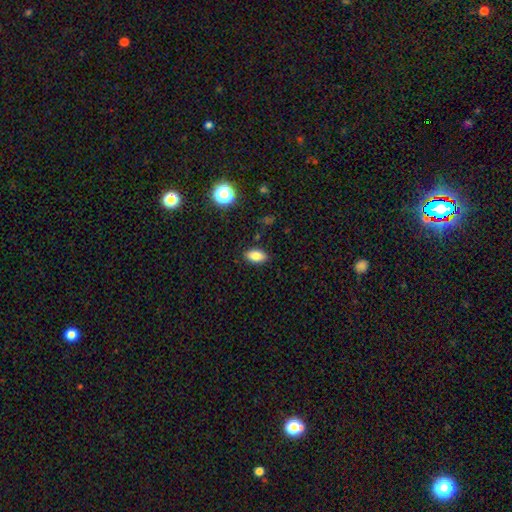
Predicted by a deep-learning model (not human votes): Q: Smooth or featured?
A: smooth (83%); runner-up: star or artifact (10%)
Q: How rounded?
A: in between (90%); runner-up: round (6%)
Q: Merging?
A: none (87%); runner-up: minor disturbance (9%)